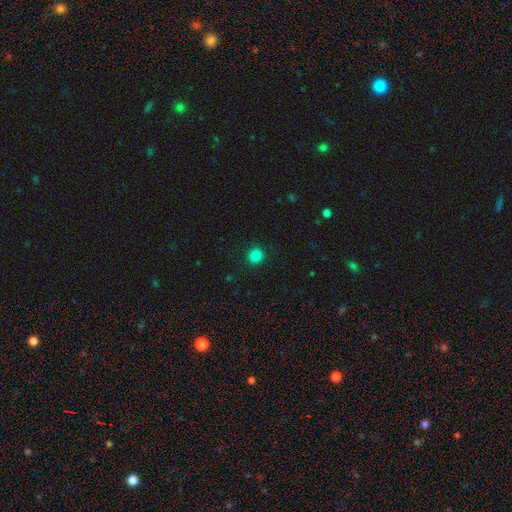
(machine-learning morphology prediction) type=smooth (82%); roundness=round (94%); merging=none (92%).